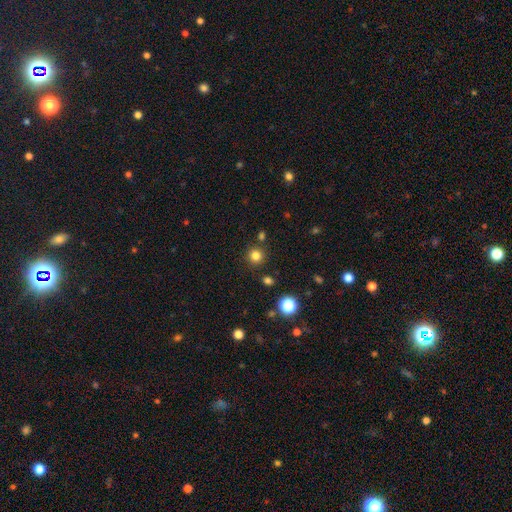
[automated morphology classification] smooth_or_featured: smooth (p=0.81) [alt: star or artifact p=0.15]
how_rounded: round (p=0.94) [alt: in between p=0.05]
merging: none (p=0.86) [alt: minor disturbance p=0.07]